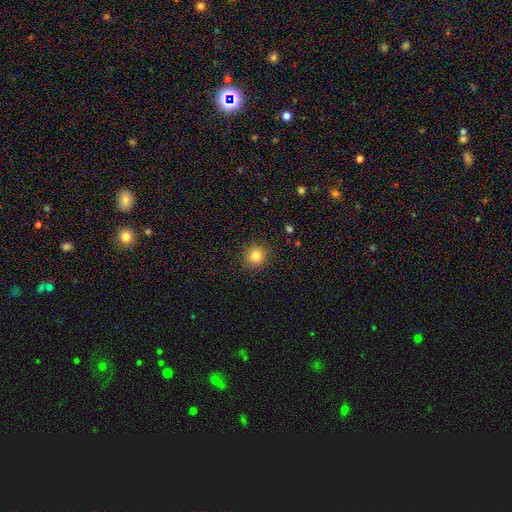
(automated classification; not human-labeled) Smooth or featured?
  - smooth: 82% *
  - star or artifact: 12%
  - featured or disk: 6%
How rounded?
  - round: 91% *
  - in between: 8%
  - cigar-shaped: 1%
Merging?
  - none: 90% *
  - minor disturbance: 7%
  - major disturbance: 2%
  - merger: 1%